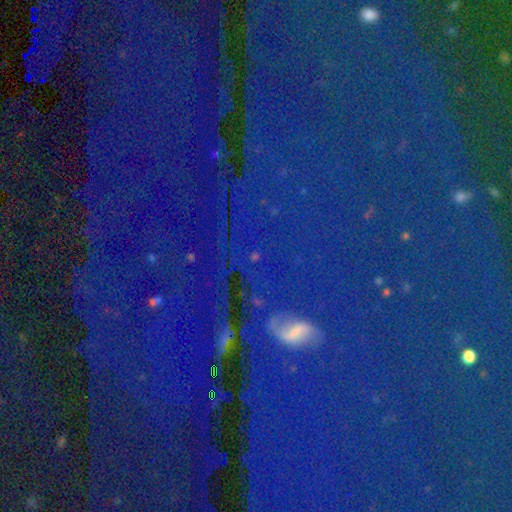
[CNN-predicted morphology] smooth-or-featured: star or artifact: 72% | smooth: 17% | featured or disk: 11%